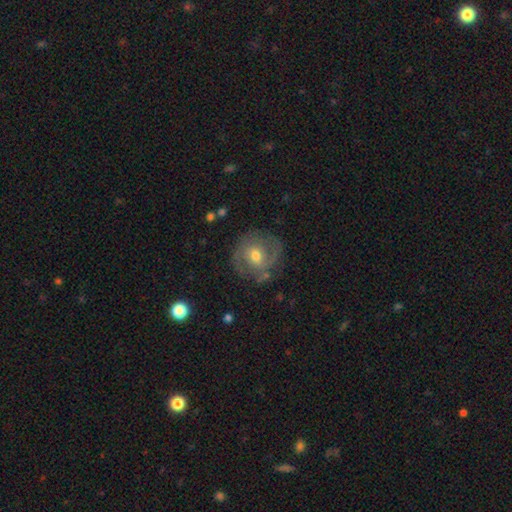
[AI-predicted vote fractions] Smooth or featured: featured or disk — 66% (smooth — 26%)
Edge-on disk: no — 97% (yes — 3%)
Bar: weak — 44% (tied with no — 44%)
Spiral arms: yes — 82% (no — 18%)
Spiral winding: medium — 44% (tight — 37%)
Spiral arm count: 2 — 66% (can't tell — 18%)
Bulge size: moderate — 66% (small — 28%)
Merging: none — 73% (minor disturbance — 17%)